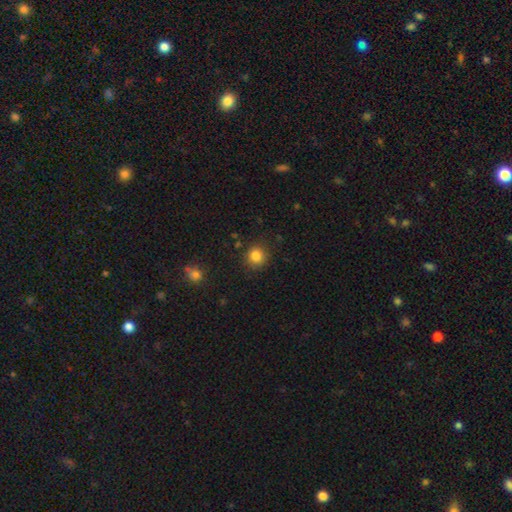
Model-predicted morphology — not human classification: This is clearly a smooth galaxy (84%). How rounded: clearly round (89%). Merging: clearly none (87%).